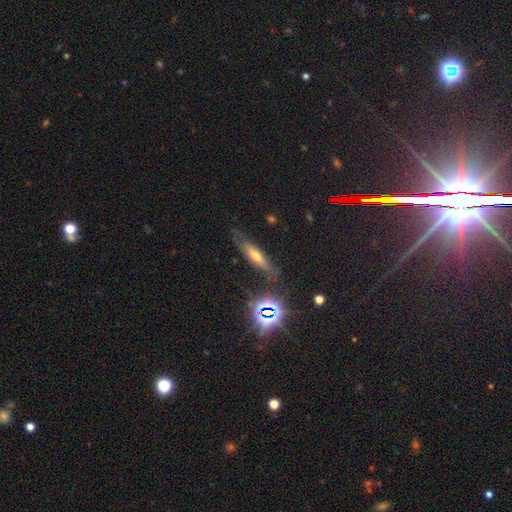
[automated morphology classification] A smooth galaxy with no disk features (40%). Merging: none (72%).